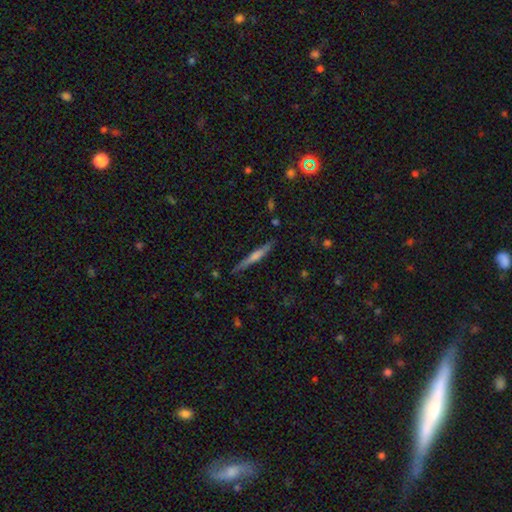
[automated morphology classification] smooth-or-featured: featured or disk: 65% | smooth: 28% | star or artifact: 8%
  disk-edge-on: yes: 98% | no: 2%
    edge-on-bulge: rounded: 61% | none: 24% | boxy: 15%
  merging: none: 89% | minor disturbance: 8% | major disturbance: 2% | merger: 1%